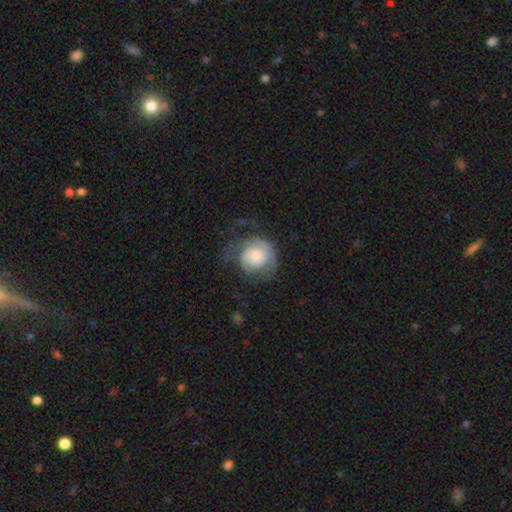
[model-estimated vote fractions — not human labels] featured or disk 57%, smooth 36%, star or artifact 7%. Down the decision tree: edge-on disk — no (98%); bar — no (73%); spiral arms — yes (85%); bulge size — moderate (29%); merging — none (44%).